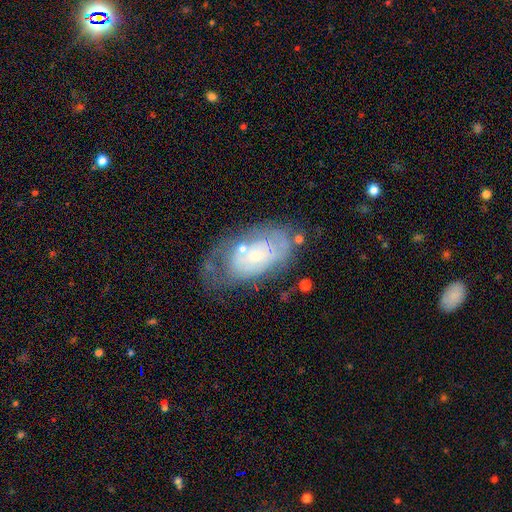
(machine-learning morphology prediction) type=featured or disk (67%); edge-on=no (95%); bar=no (80%); spiral arms=yes (63%); bulge=small (68%); merging=none (47%).